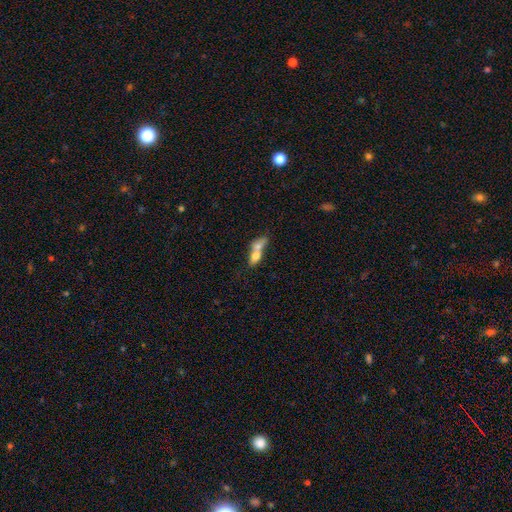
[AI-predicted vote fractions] smooth 65%, featured or disk 27%, star or artifact 8%. Down the decision tree: how rounded — in between (64%); merging — merger (74%).